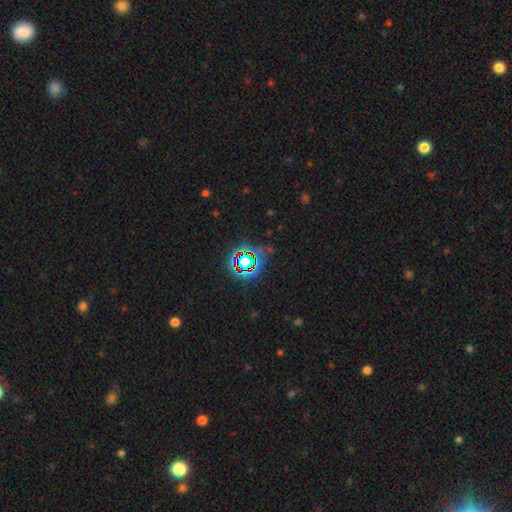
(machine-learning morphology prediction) The model was most divided on "smooth or featured": star or artifact: 73%, smooth: 15%, featured or disk: 12%.